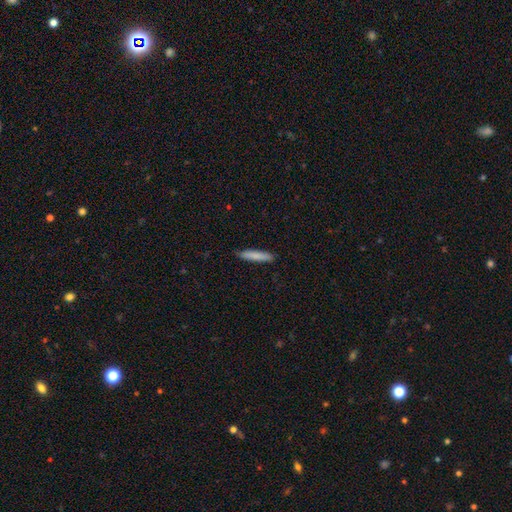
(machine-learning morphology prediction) This appears to be a smooth galaxy with no disk features (84%) that is cigar-shaped (87%). Merging: none (88%).